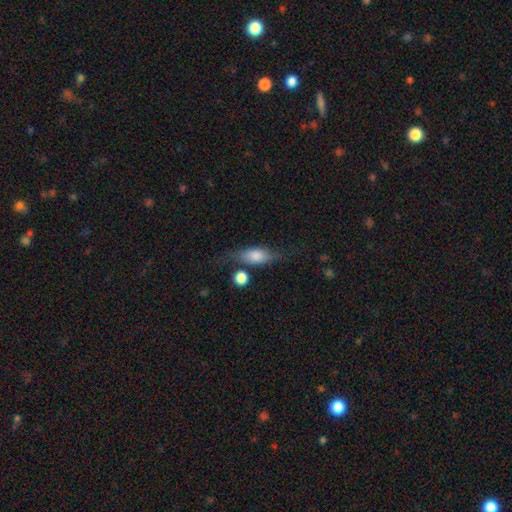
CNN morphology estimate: The model was most divided on "smooth or featured": smooth: 56%, featured or disk: 35%, star or artifact: 9%. More confident: how rounded — in between (62%); merging — none (60%).